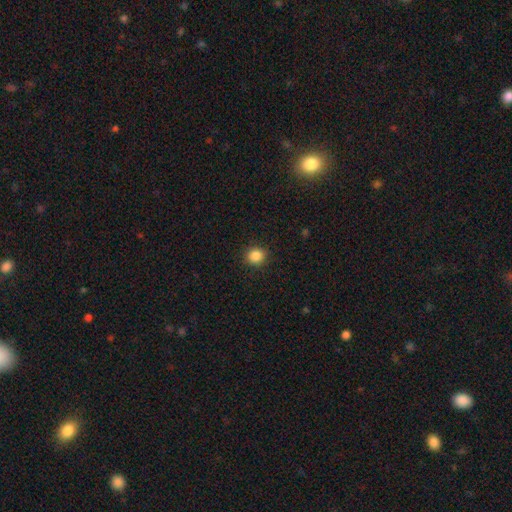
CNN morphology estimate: The model was most divided on "how rounded": round: 86%, in between: 13%, cigar-shaped: 1%. More confident: merging — none (90%); smooth or featured — smooth (86%).